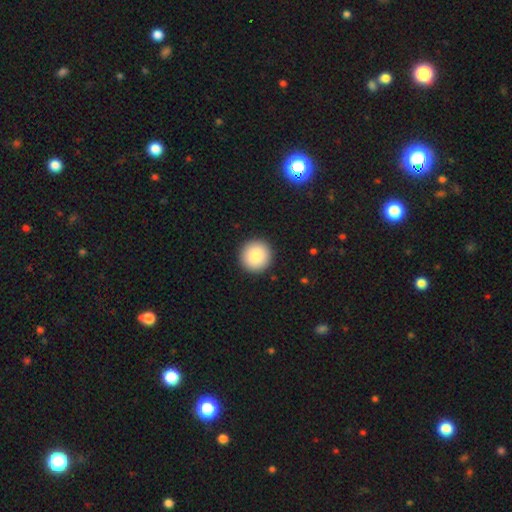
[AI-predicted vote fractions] This appears to be a smooth galaxy with no disk features (88%) that is round (95%). Merging: none (93%).